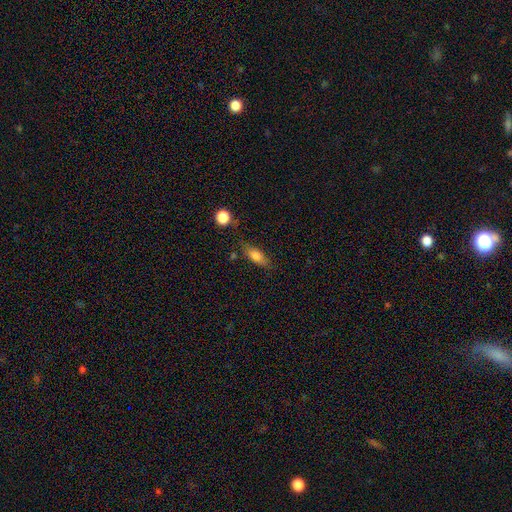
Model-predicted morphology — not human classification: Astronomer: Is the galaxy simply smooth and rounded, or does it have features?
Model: smooth — 75%.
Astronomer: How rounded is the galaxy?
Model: in between — 74%.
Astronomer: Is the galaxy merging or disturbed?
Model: none — 68%.